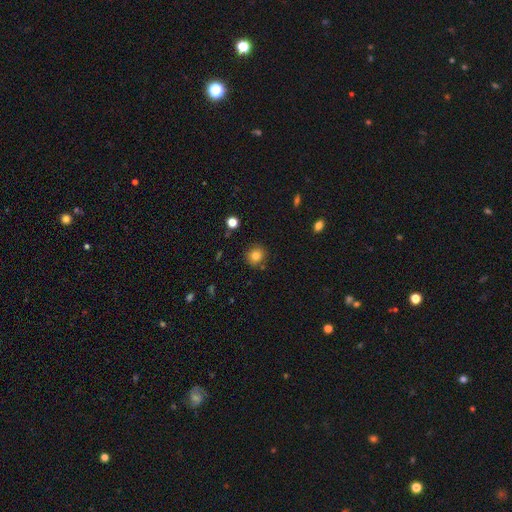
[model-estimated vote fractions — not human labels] This is likely a smooth galaxy (79%). How rounded: clearly round (91%). Merging: clearly none (87%).